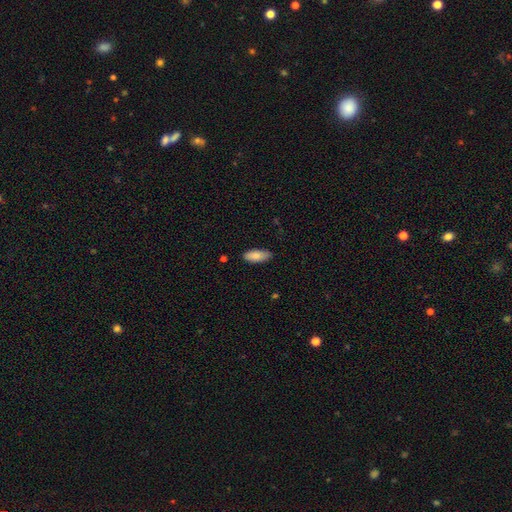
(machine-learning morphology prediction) Smooth or featured? smooth (85%)
How rounded? in between (83%)
Merging? none (82%)